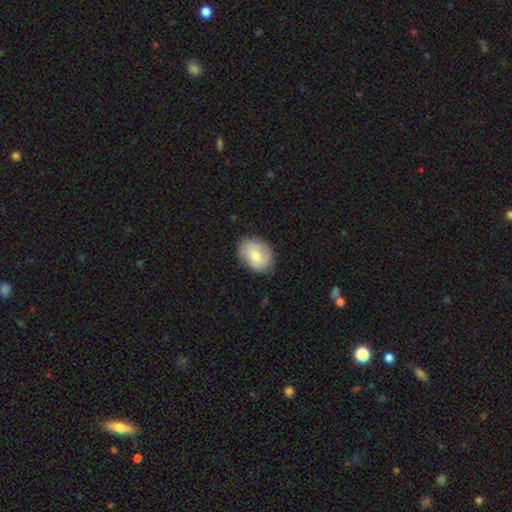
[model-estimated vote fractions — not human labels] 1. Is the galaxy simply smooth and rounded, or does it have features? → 62% smooth, 31% featured or disk, 7% star or artifact.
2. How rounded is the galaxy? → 62% in between, 37% round, 1% cigar-shaped.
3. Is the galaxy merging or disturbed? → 81% none, 15% minor disturbance, 3% major disturbance, 1% merger.